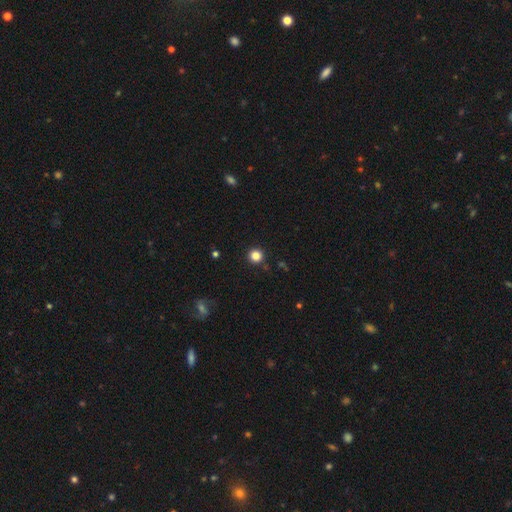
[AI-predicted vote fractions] Smooth or featured?
  - smooth: 84% *
  - star or artifact: 13%
  - featured or disk: 4%
How rounded?
  - round: 95% *
  - in between: 4%
  - cigar-shaped: 1%
Merging?
  - none: 92% *
  - minor disturbance: 5%
  - major disturbance: 2%
  - merger: 2%